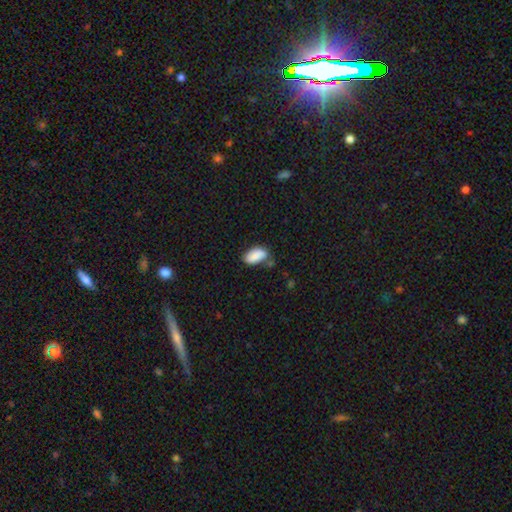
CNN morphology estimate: smooth 87%, star or artifact 7%, featured or disk 5%. Down the decision tree: how rounded — in between (93%); merging — none (64%).